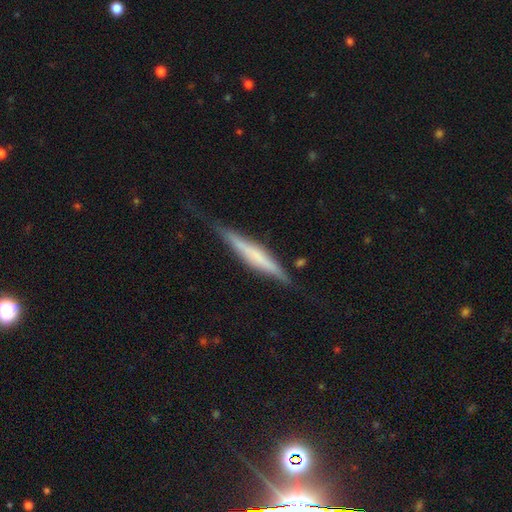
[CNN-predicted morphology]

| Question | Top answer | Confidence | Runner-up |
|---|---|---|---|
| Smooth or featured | featured or disk | 61% | smooth (33%) |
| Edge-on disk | yes | 95% | no (5%) |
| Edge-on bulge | none | 37% | rounded (35%) |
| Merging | none | 73% | minor disturbance (19%) |